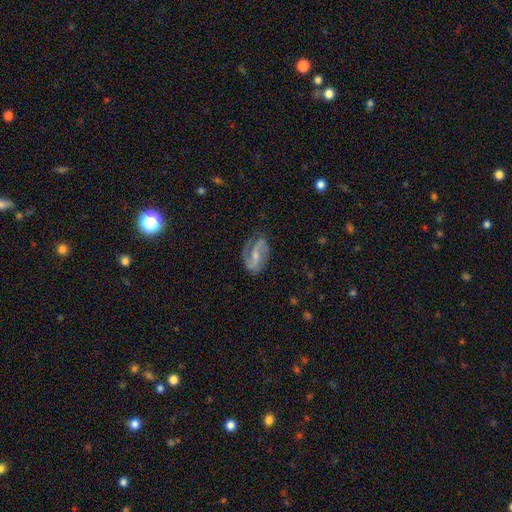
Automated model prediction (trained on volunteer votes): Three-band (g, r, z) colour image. It shows a featured or disk galaxy (82%) with a weak bar (43%), 2 (85%) medium (45%) spiral arms (95%) and a small central bulge (57%). Merging: none (68%).